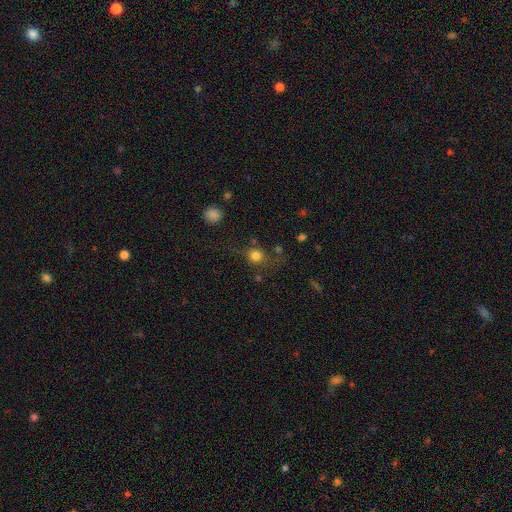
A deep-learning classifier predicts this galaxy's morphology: Smooth or featured? Predicted: smooth (p=0.75). How rounded? Predicted: round (p=0.86). Merging? Predicted: none (p=0.67).